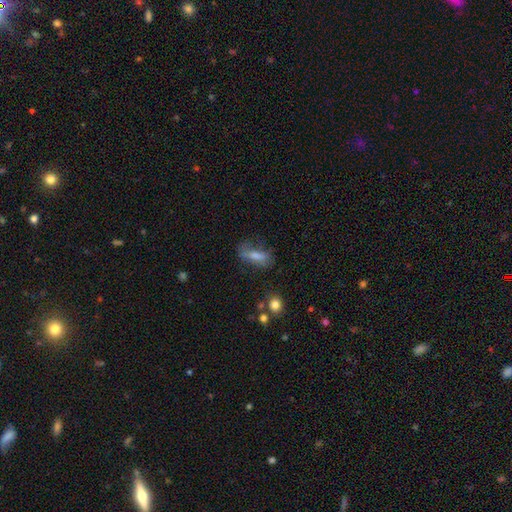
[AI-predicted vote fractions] Smooth or featured: smooth — 53% (featured or disk — 33%)
How rounded: in between — 56% (cigar-shaped — 38%)
Merging: none — 59% (minor disturbance — 24%)